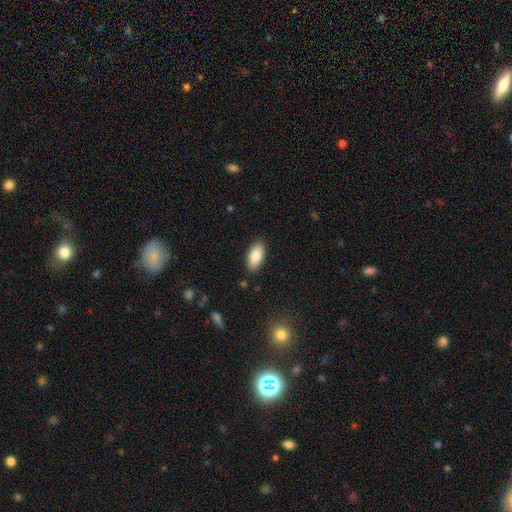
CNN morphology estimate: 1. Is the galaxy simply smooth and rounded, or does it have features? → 84% smooth, 10% featured or disk, 7% star or artifact.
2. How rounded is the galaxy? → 91% in between, 7% cigar-shaped, 2% round.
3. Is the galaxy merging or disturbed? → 88% none, 9% minor disturbance, 2% major disturbance, 1% merger.